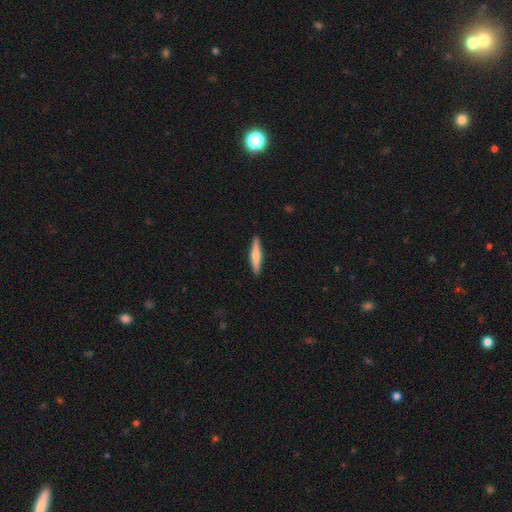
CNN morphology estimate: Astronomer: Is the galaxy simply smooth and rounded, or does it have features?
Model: smooth — 57% (runner-up: featured or disk, 37%).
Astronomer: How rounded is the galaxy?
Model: cigar-shaped — 90%.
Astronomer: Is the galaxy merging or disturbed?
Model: none — 91%.